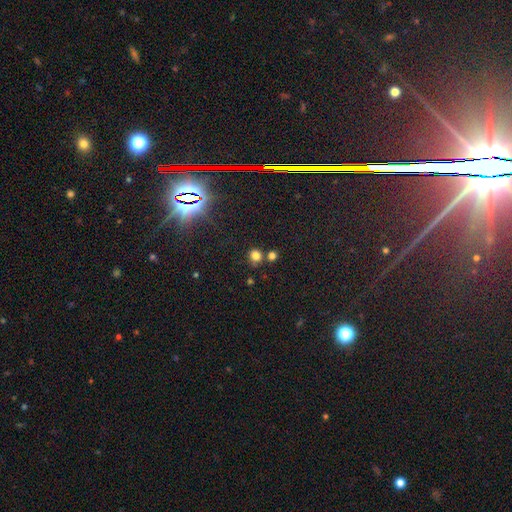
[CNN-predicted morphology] smooth_or_featured: smooth (p=0.75) [alt: star or artifact p=0.19]
how_rounded: round (p=0.84) [alt: in between p=0.14]
merging: none (p=0.70) [alt: merger p=0.17]